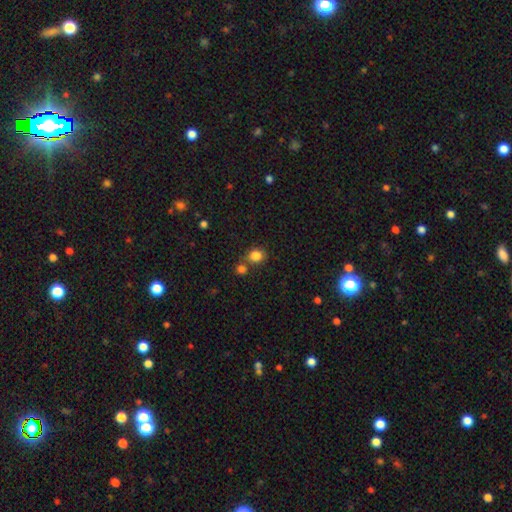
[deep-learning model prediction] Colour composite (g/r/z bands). It shows a smooth galaxy with no disk features (84%) that is round (63%). Merging: none (59%).